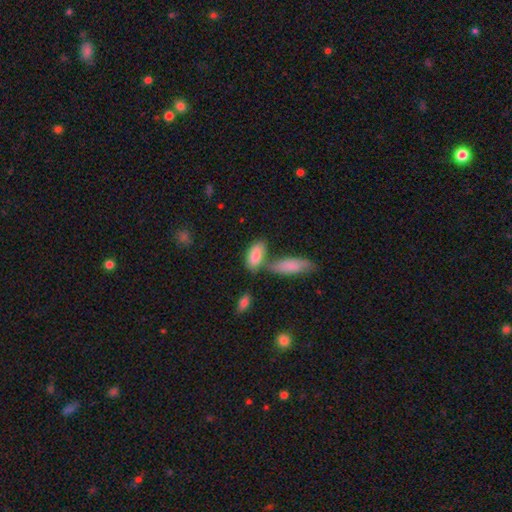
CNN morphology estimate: The model was most divided on "merging": none: 48%, merger: 32%, minor disturbance: 15%, major disturbance: 5%. More confident: how rounded — in between (86%); smooth or featured — smooth (84%).